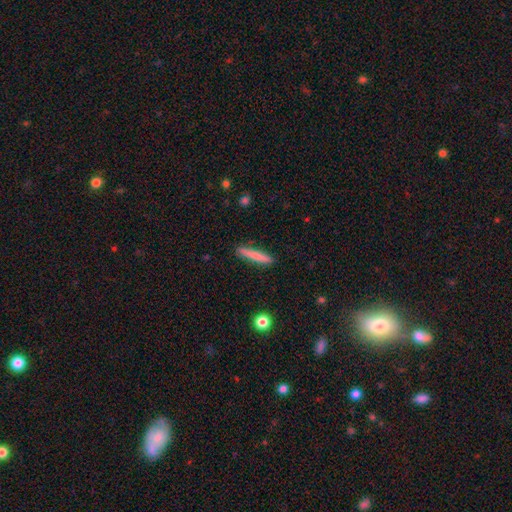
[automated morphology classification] smooth_or_featured: smooth (p=0.77) [alt: featured or disk p=0.16]
how_rounded: cigar-shaped (p=0.94) [alt: in between p=0.04]
merging: none (p=0.89) [alt: minor disturbance p=0.08]